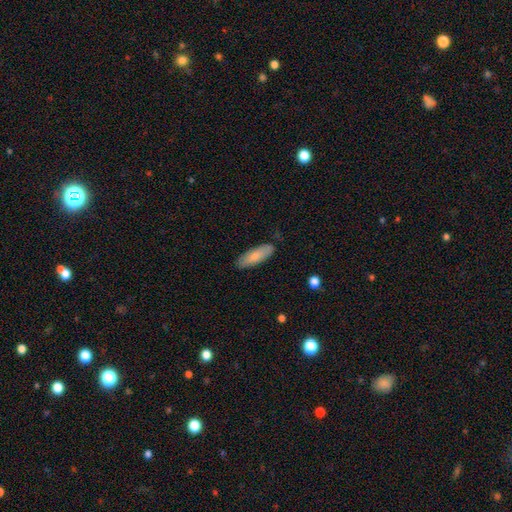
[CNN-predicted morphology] This appears to be a smooth galaxy with no disk features (76%) that is in between round and cigar-shaped (58%). Merging: none (82%).